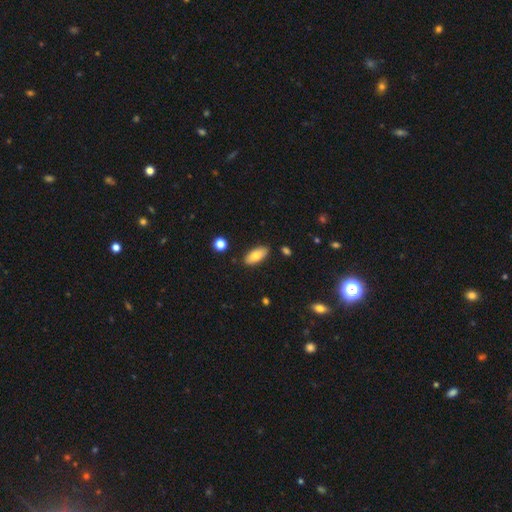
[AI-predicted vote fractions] Smooth or featured? Predicted: smooth (p=0.79). How rounded? Predicted: in between (p=0.86). Merging? Predicted: none (p=0.86).